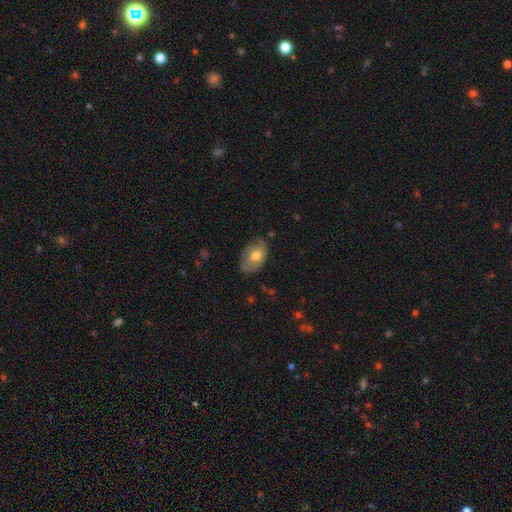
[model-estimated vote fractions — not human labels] Smooth or featured? Predicted: smooth (p=0.58). How rounded? Predicted: in between (p=0.85). Merging? Predicted: none (p=0.61).